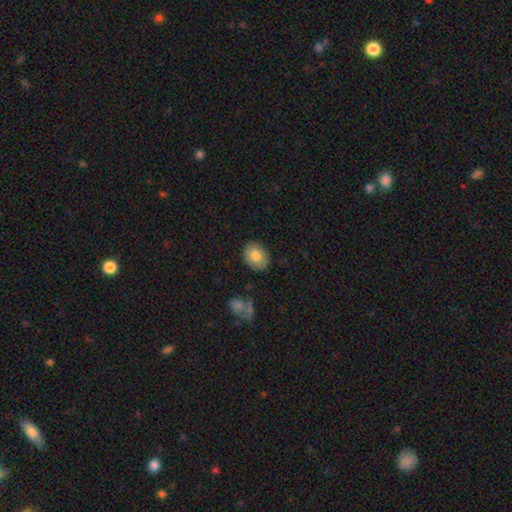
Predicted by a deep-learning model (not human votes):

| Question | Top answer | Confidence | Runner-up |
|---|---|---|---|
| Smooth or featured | smooth | 81% | featured or disk (12%) |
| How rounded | in between | 59% | round (40%) |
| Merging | none | 86% | minor disturbance (10%) |